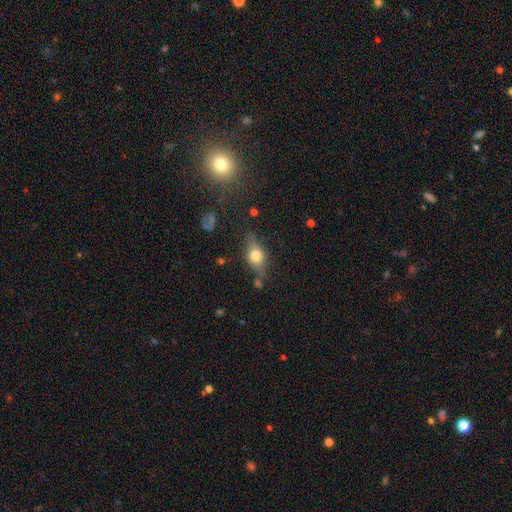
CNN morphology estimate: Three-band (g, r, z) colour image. It shows a smooth galaxy with no disk features (60%) that is in between round and cigar-shaped (70%). Merging: none (71%).